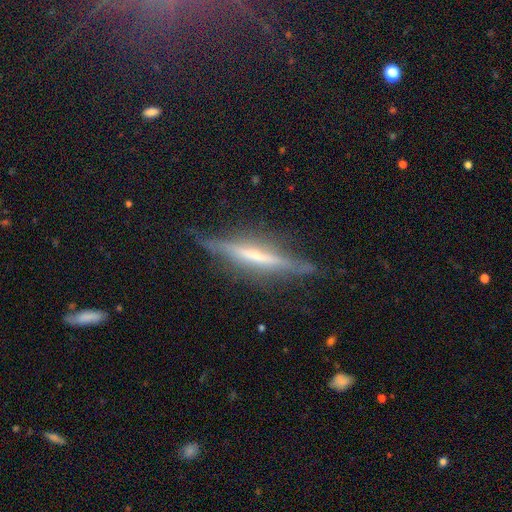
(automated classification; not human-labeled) This appears to be a featured or disk galaxy (77%) viewed edge-on (95%) with no central bulge (44%). Merging: none (80%).